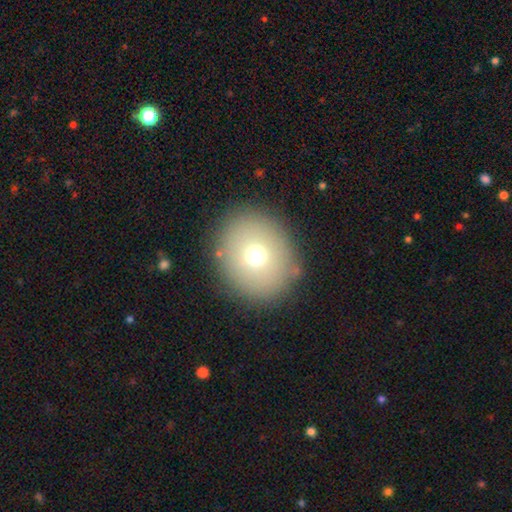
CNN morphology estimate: Smooth or featured? smooth (69%)
How rounded? round (77%)
Merging? none (85%)